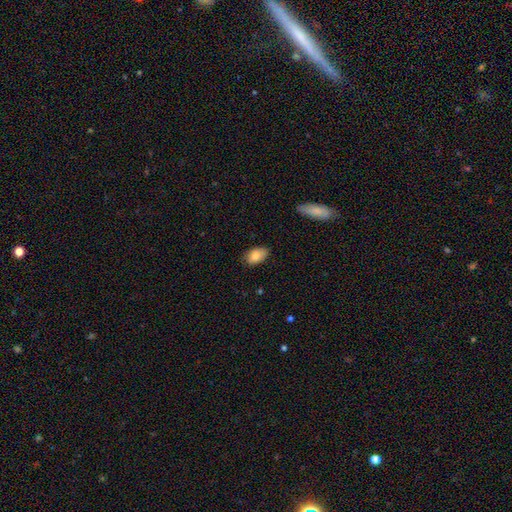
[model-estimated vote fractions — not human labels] smooth-or-featured: smooth: 84% | featured or disk: 9% | star or artifact: 7%
  how-rounded: in between: 93% | round: 6% | cigar-shaped: 2%
  merging: none: 78% | minor disturbance: 18% | major disturbance: 3% | merger: 1%